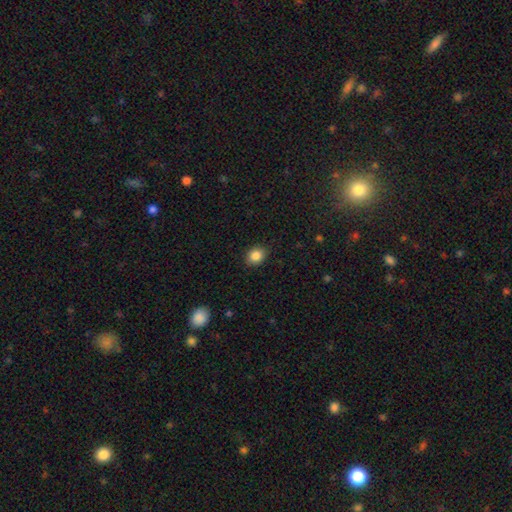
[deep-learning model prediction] A smooth galaxy with no disk features (86%) that is round (52%).

Vote fractions:
- Smooth or featured? smooth: 86% / star or artifact: 9% / featured or disk: 4%
- How rounded? round: 52% / in between: 47% / cigar-shaped: 1%
- Merging? none: 87% / minor disturbance: 10% / major disturbance: 2% / merger: 1%